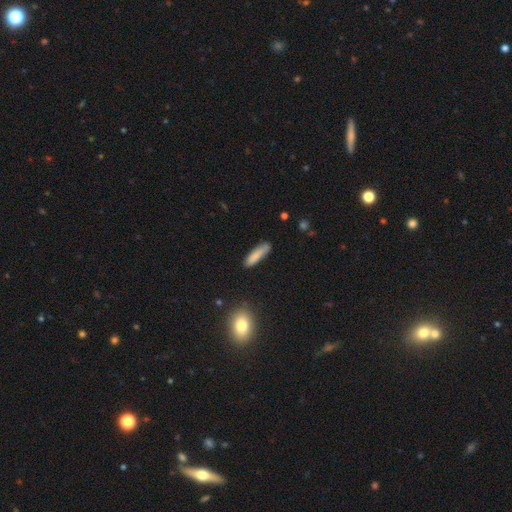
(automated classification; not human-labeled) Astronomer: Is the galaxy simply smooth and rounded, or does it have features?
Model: smooth — 84%.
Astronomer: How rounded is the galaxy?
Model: cigar-shaped — 74%.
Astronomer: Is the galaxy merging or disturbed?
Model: none — 77%.